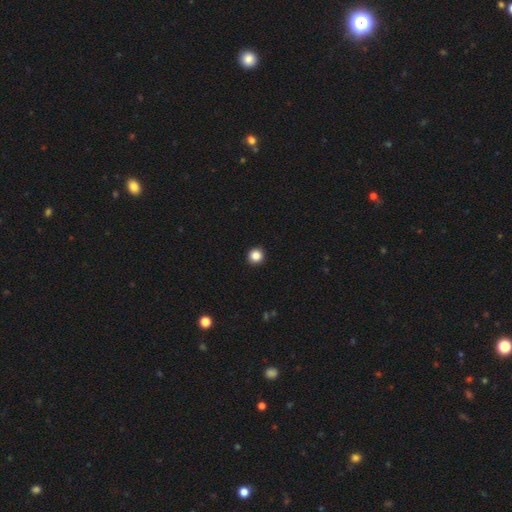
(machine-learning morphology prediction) Overall: smooth (86%). How rounded: round (95%). Merging: none (94%).